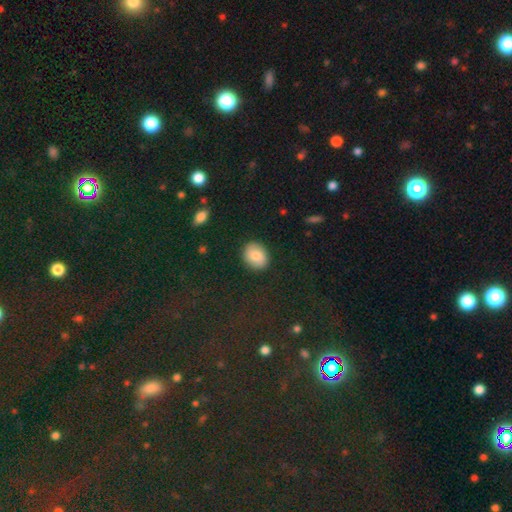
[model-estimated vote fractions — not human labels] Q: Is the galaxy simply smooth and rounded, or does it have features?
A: smooth — 79%.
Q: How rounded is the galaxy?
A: in between — 51%.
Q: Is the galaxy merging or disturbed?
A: none — 88%.